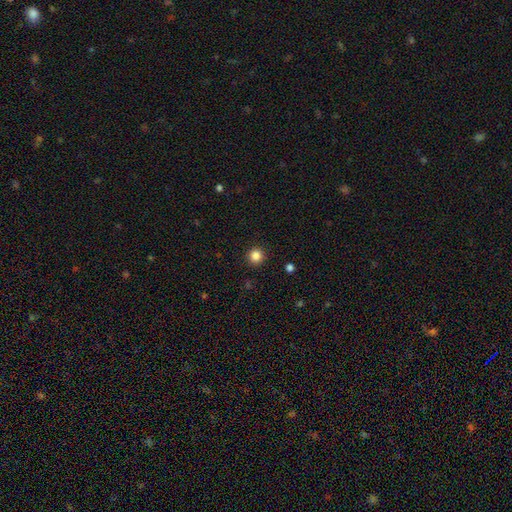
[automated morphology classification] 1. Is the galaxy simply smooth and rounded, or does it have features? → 85% smooth, 12% star or artifact, 3% featured or disk.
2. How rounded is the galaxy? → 95% round, 4% in between, 1% cigar-shaped.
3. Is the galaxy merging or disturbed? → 93% none, 5% minor disturbance, 2% major disturbance, 1% merger.